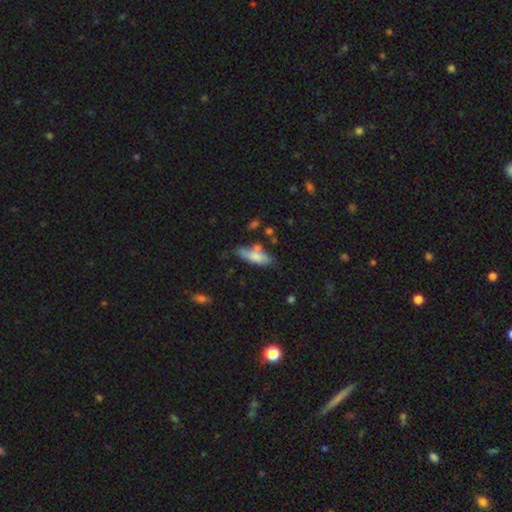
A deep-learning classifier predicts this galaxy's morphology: This appears to be a smooth galaxy with no disk features (73%) that is in between round and cigar-shaped (65%). Merging: none (59%).